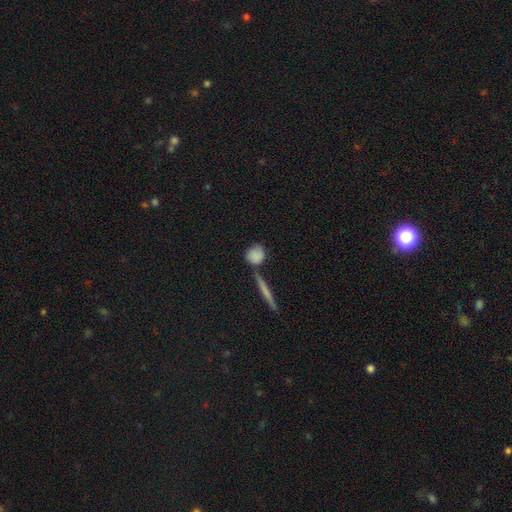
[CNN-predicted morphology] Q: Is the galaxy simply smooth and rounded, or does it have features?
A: smooth — 81%.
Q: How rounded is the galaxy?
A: round — 75%.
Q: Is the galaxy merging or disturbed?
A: none — 67%.